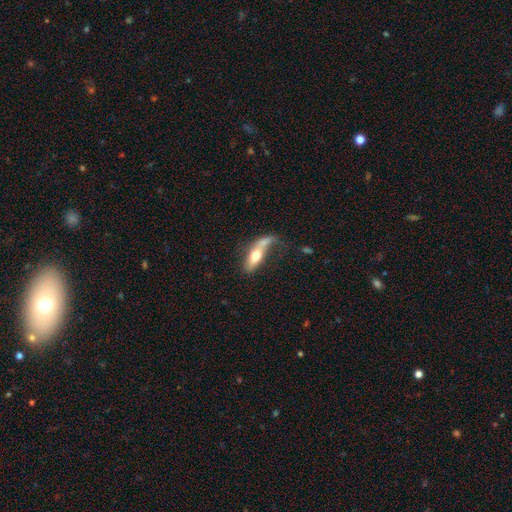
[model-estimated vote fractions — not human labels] Q: Smooth or featured?
A: smooth (56%); runner-up: featured or disk (38%)
Q: How rounded?
A: in between (56%); runner-up: cigar-shaped (40%)
Q: Merging?
A: none (32%); runner-up: major disturbance (28%)